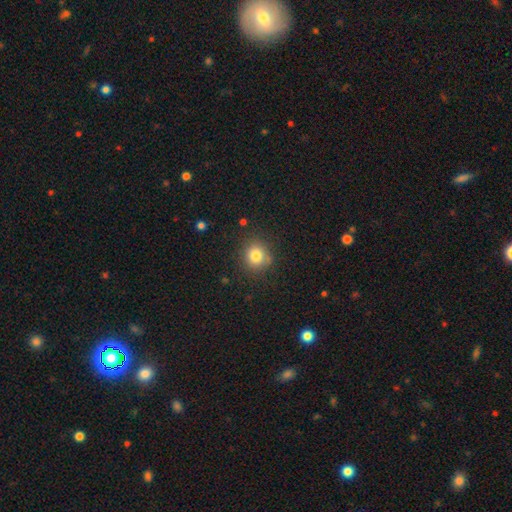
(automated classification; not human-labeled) Smooth or featured: smooth — 80% (star or artifact — 12%)
How rounded: round — 87% (in between — 12%)
Merging: none — 82% (minor disturbance — 12%)